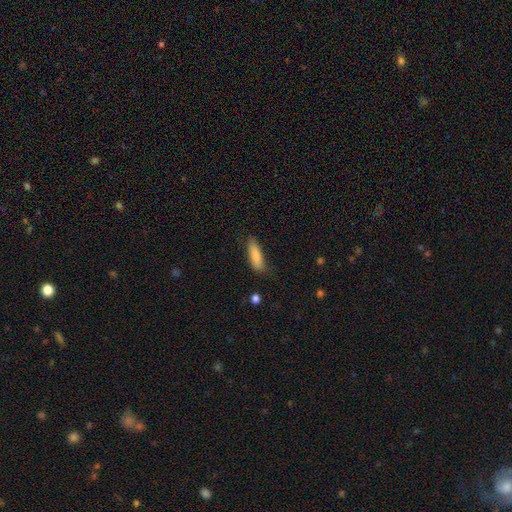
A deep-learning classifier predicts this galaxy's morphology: Smooth or featured? Predicted: smooth (p=0.82). How rounded? Predicted: cigar-shaped (p=0.60). Merging? Predicted: none (p=0.75).